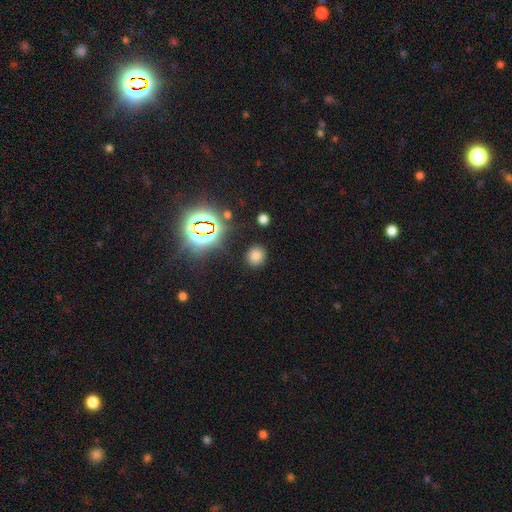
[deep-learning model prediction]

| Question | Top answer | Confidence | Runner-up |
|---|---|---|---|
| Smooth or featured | smooth | 72% | star or artifact (22%) |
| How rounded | round | 83% | in between (16%) |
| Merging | none | 87% | minor disturbance (8%) |